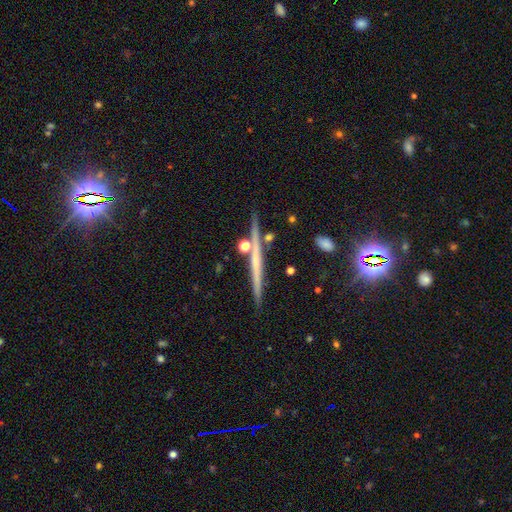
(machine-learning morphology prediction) Smooth or featured? featured or disk (59%)
Edge-on disk? yes (96%)
Edge-on bulge? none (74%)
Merging? none (85%)